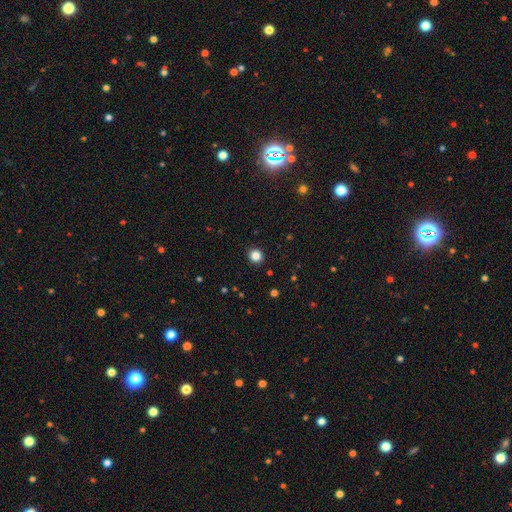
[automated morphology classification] Smooth or featured?
  - smooth: 84% *
  - star or artifact: 12%
  - featured or disk: 4%
How rounded?
  - round: 90% *
  - in between: 9%
  - cigar-shaped: 1%
Merging?
  - none: 93% *
  - minor disturbance: 5%
  - major disturbance: 2%
  - merger: 1%